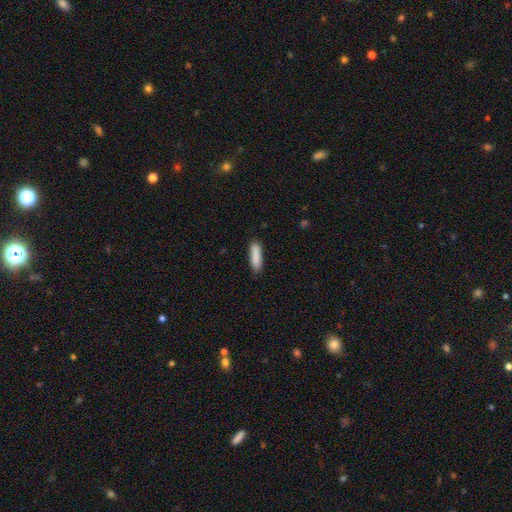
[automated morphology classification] The model was most divided on "how rounded": cigar-shaped: 64%, in between: 35%, round: 1%. More confident: smooth or featured — smooth (89%); merging — none (86%).